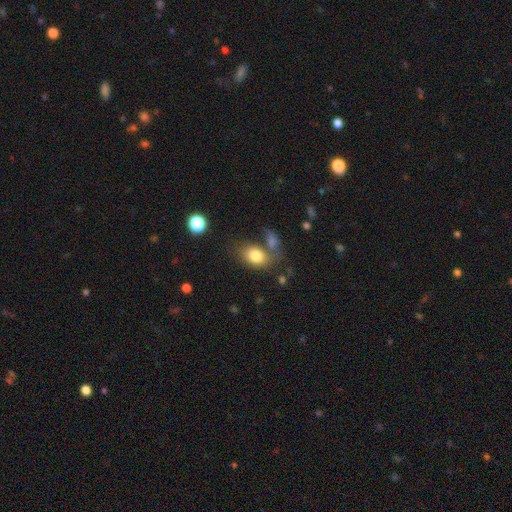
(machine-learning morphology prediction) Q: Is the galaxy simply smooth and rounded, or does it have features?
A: smooth — 80%.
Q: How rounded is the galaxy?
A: in between — 74%.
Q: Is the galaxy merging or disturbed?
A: none — 50%.